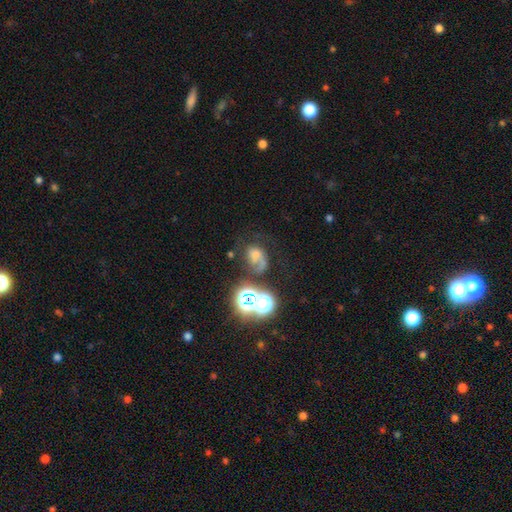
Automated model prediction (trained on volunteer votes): This is marginally a featured or disk galaxy (39%). Merging: marginally none (39%).